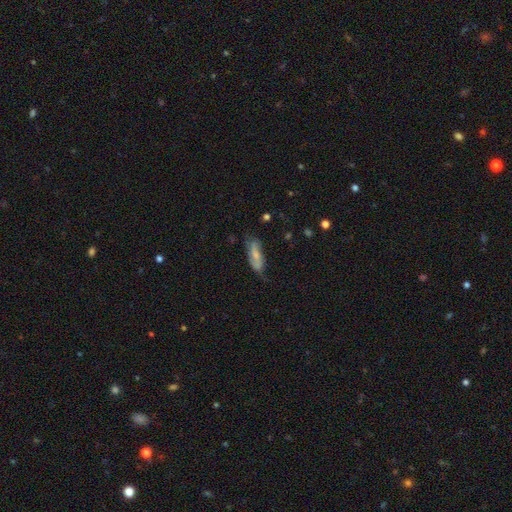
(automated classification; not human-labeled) Overall: featured or disk (49%; smooth 44%). Merging: none (63%; minor disturbance 27%).